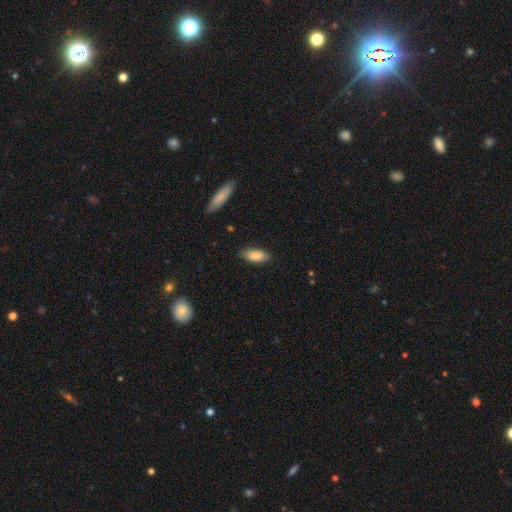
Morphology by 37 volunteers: smooth 92%, featured or disk 5%, star or artifact 3%. Down the decision tree: how rounded — in between (91%); merging — none (94%).